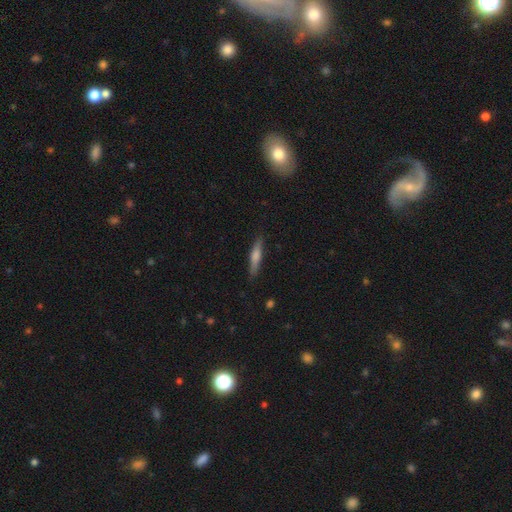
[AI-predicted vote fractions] Smooth or featured?
  - smooth: 48% *
  - featured or disk: 45%
  - star or artifact: 7%
Merging?
  - none: 88% *
  - minor disturbance: 9%
  - major disturbance: 2%
  - merger: 1%